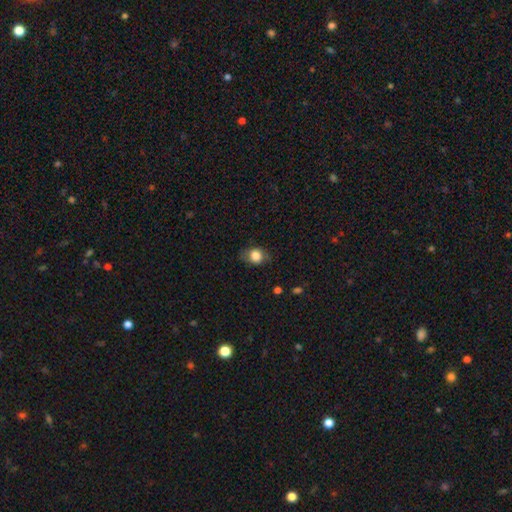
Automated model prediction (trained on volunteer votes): Morphology: type=smooth (78%); roundness=in between (53%); merging=none (72%).